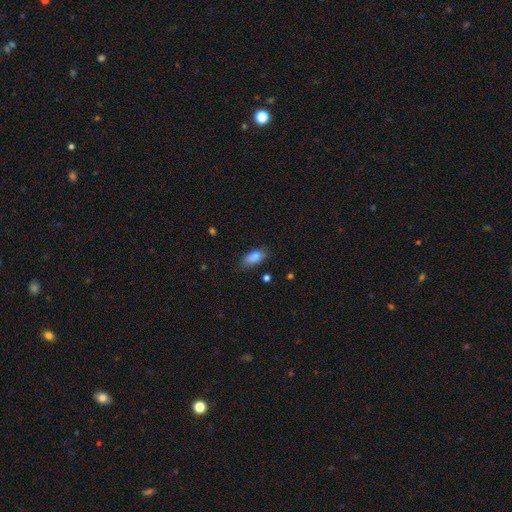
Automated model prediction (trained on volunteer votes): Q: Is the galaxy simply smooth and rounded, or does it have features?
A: smooth — 79%.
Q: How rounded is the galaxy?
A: in between — 85%.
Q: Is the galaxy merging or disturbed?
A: none — 71%.